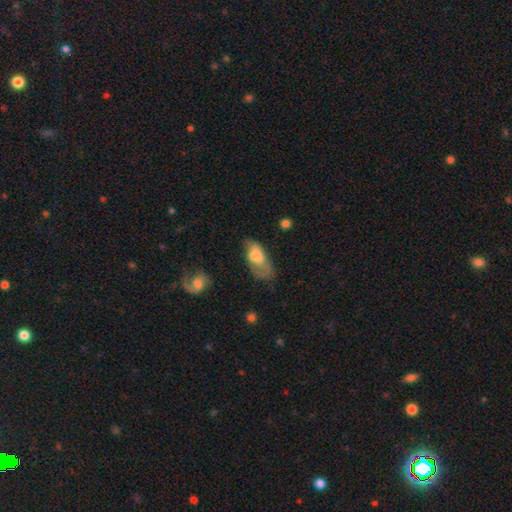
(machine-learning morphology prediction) A smooth galaxy with no disk features (68%) that is in between round and cigar-shaped (86%). Merging: none (31%, tied with major disturbance).